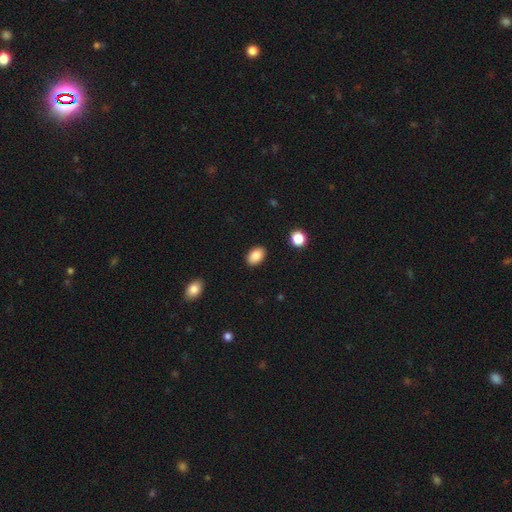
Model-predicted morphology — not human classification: Smooth or featured?
  - smooth: 88% *
  - star or artifact: 8%
  - featured or disk: 4%
How rounded?
  - in between: 87% *
  - round: 12%
  - cigar-shaped: 1%
Merging?
  - none: 88% *
  - minor disturbance: 8%
  - major disturbance: 2%
  - merger: 1%